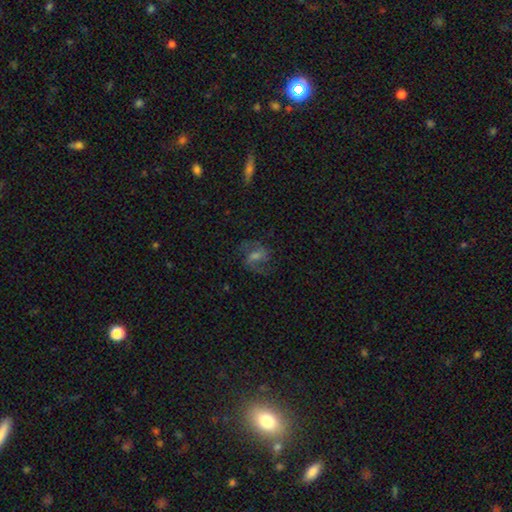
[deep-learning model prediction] A featured or disk galaxy (71%) with a weak bar (51%), 2 (87%) medium (55%) spiral arms (93%) and a moderate central bulge (42%).

Vote fractions:
- Smooth or featured? featured or disk: 71% / smooth: 16% / star or artifact: 12%
- Edge-on disk? no: 96% / yes: 4%
- Bar? weak: 51% / no: 26% / strong: 23%
- Spiral arms? yes: 93% / no: 7%
- Spiral winding? medium: 55% / loose: 29% / tight: 16%
- Spiral arm count? 2: 87% / can't tell: 6% / 1: 3% / 3: 2% / 4: 1% / more than 4: 1%
- Bulge size? moderate: 42% / small: 30% / none: 14% / large: 12% / dominant: 2%
- Merging? none: 74% / minor disturbance: 14% / major disturbance: 10% / merger: 2%